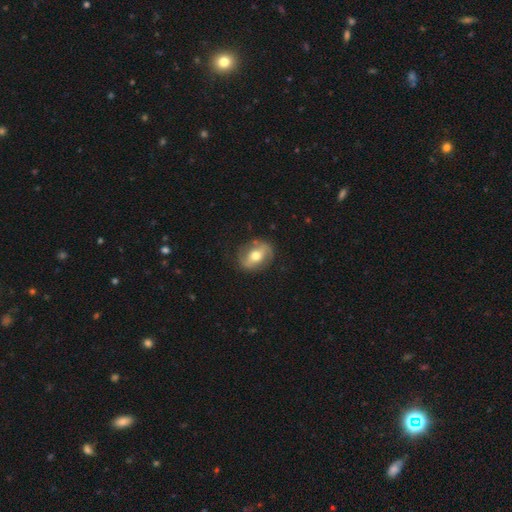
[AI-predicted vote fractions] A featured or disk galaxy (60%) with a strong bar (40%), spiral arms (52%) and a moderate central bulge (72%). Merging: none (78%).